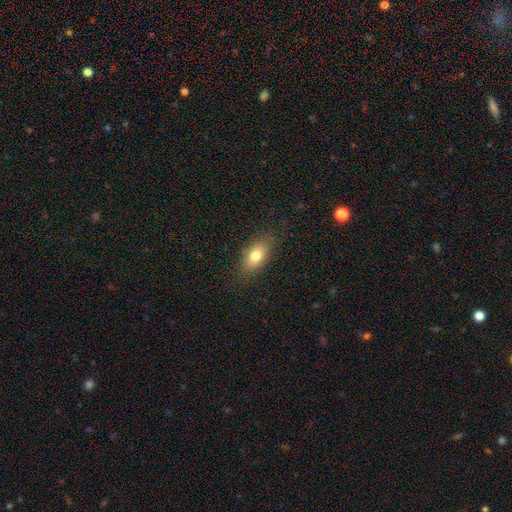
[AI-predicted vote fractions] smooth-or-featured: smooth: 77% | featured or disk: 15% | star or artifact: 9%
  how-rounded: in between: 85% | round: 8% | cigar-shaped: 7%
  merging: none: 82% | minor disturbance: 13% | major disturbance: 4% | merger: 1%